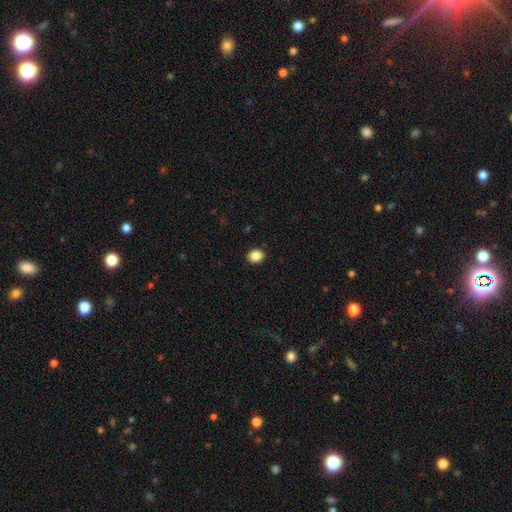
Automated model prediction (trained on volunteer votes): A smooth galaxy with no disk features (87%) that is round (63%). Merging: none (91%).